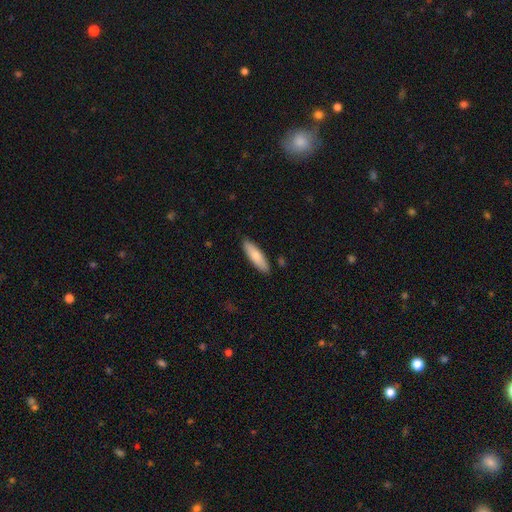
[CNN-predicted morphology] Smooth or featured? Predicted: smooth (p=0.78). How rounded? Predicted: cigar-shaped (p=0.61). Merging? Predicted: none (p=0.88).